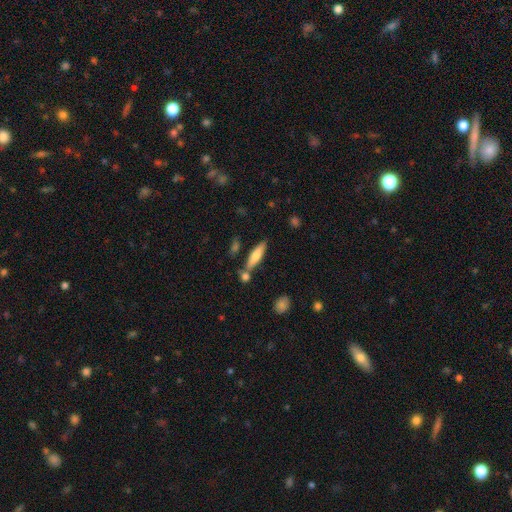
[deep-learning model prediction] Smooth or featured: smooth — 65% (featured or disk — 28%)
How rounded: cigar-shaped — 70% (in between — 28%)
Merging: none — 71% (merger — 14%)